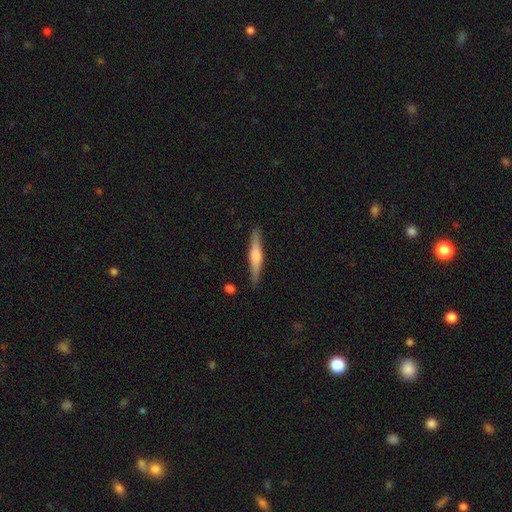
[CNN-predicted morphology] Overall: featured or disk (53%; smooth 41%). Edge-on disk: yes (97%). Edge-on bulge: rounded (65%). Merging: none (88%).